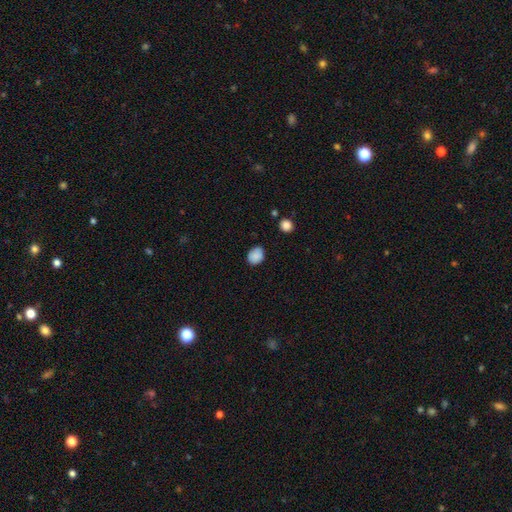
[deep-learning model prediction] Overall: smooth (87%). How rounded: in between (57%; round 42%). Merging: none (76%).